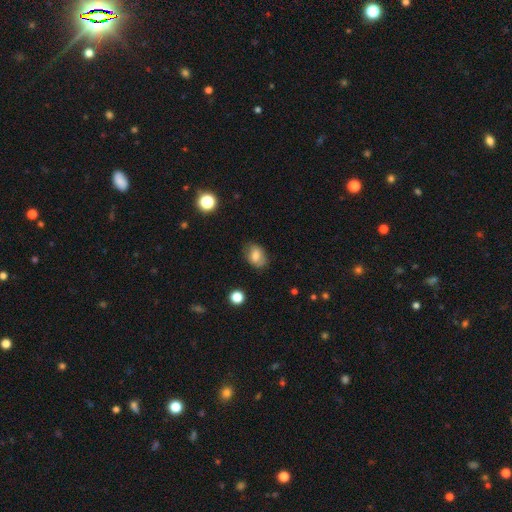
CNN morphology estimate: The model was most divided on "how rounded": in between: 76%, round: 23%, cigar-shaped: 1%. More confident: smooth or featured — smooth (76%); merging — none (76%).